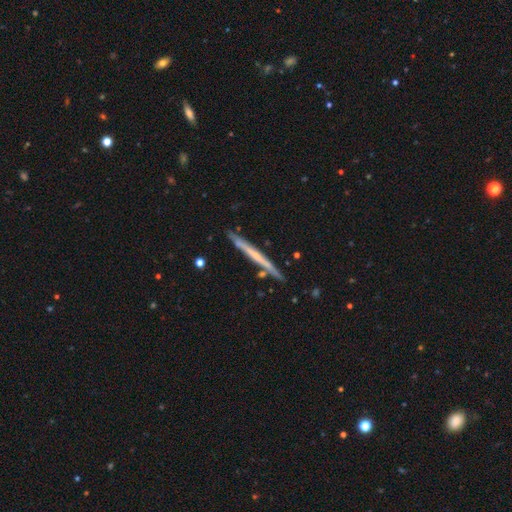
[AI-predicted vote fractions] Smooth or featured? featured or disk (62%)
Edge-on disk? yes (97%)
Edge-on bulge? none (74%)
Merging? none (86%)